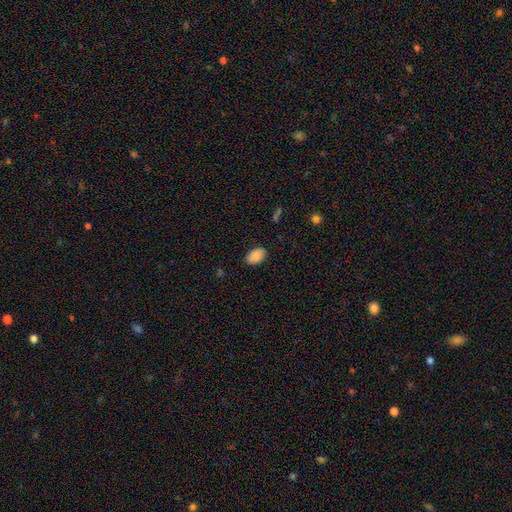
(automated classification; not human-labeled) This appears to be a smooth galaxy with no disk features (89%) that is in between round and cigar-shaped (92%). Merging: none (86%).